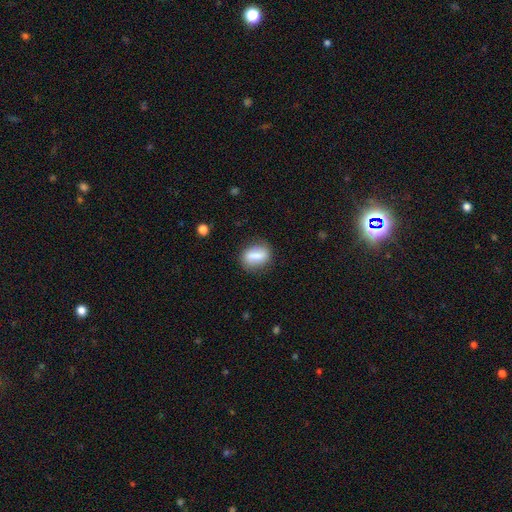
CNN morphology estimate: Smooth or featured? smooth (69%)
How rounded? in between (65%)
Merging? none (78%)